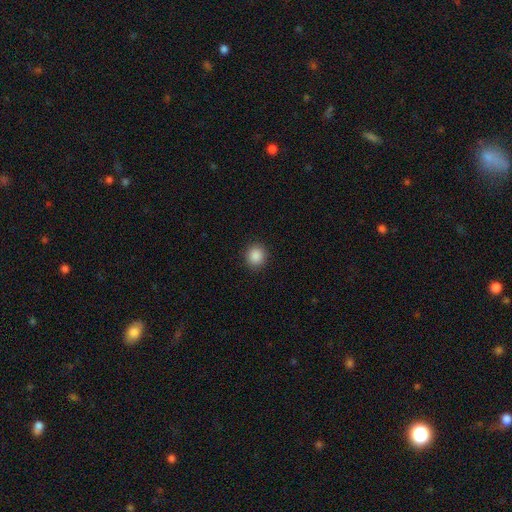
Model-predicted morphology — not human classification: Smooth or featured? Predicted: smooth (p=0.88). How rounded? Predicted: round (p=0.86). Merging? Predicted: none (p=0.91).